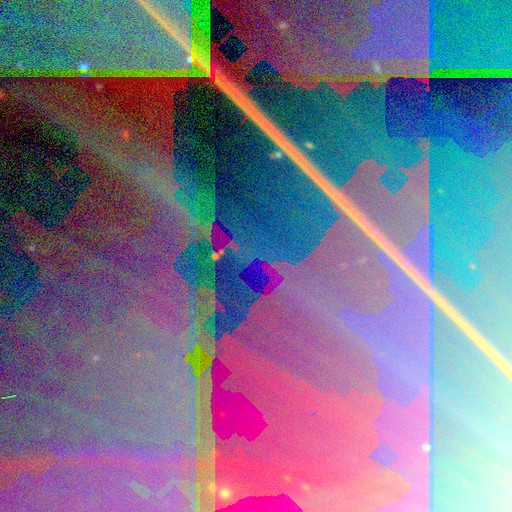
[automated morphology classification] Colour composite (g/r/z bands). It shows a star or artifact, not a galaxy (86%).